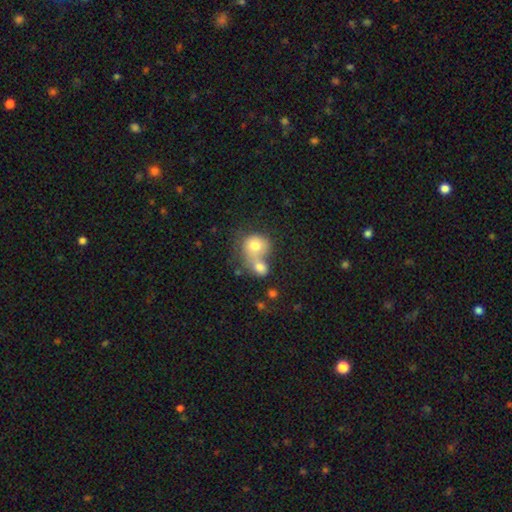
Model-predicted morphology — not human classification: The model was most divided on "merging": merger: 53%, none: 33%, minor disturbance: 9%, major disturbance: 5%. More confident: how rounded — round (78%); smooth or featured — smooth (68%).